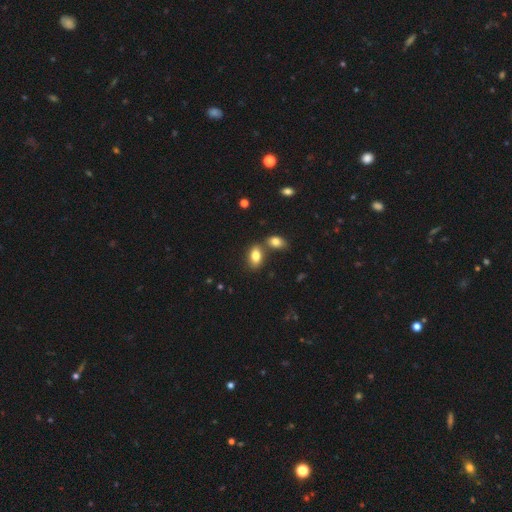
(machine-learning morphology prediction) Smooth or featured? smooth (83%)
How rounded? in between (91%)
Merging? none (57%)